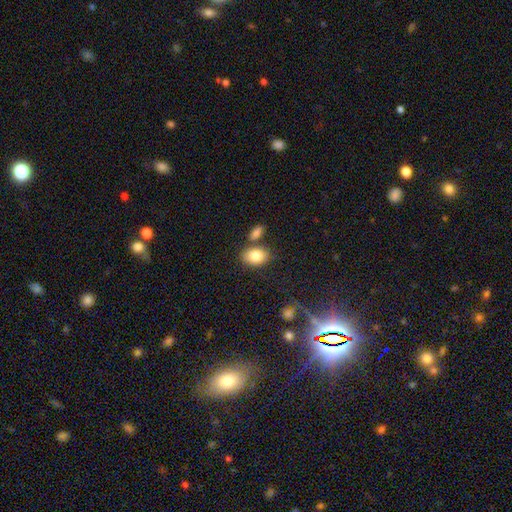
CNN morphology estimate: A smooth galaxy with no disk features (83%) that is in between round and cigar-shaped (81%). Merging: none (68%).